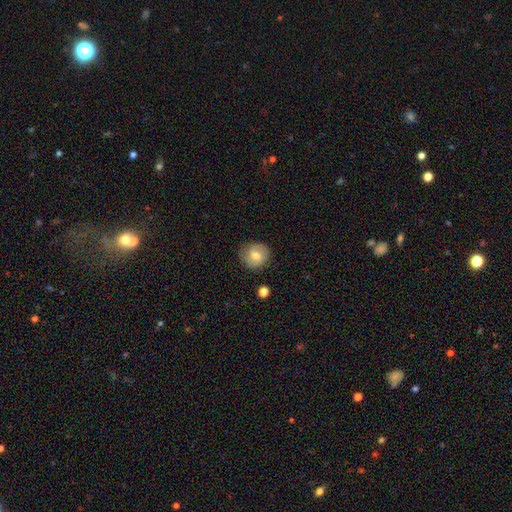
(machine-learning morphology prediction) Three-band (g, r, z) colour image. It shows a smooth galaxy with no disk features (65%) that is round (85%). Merging: none (80%).